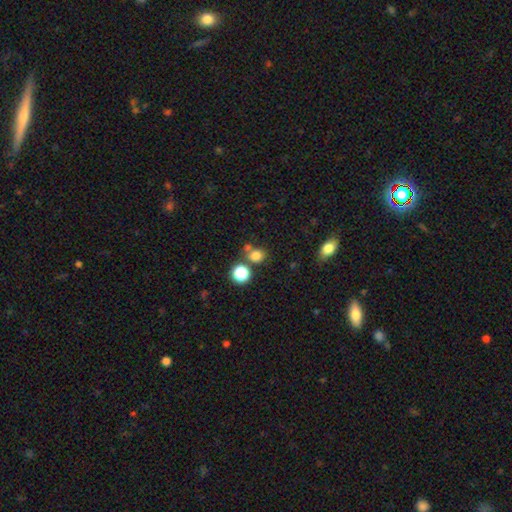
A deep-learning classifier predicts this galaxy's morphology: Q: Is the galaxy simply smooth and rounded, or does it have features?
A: smooth — 77%.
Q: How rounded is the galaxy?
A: round — 74%.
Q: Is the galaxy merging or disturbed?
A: none — 66%.